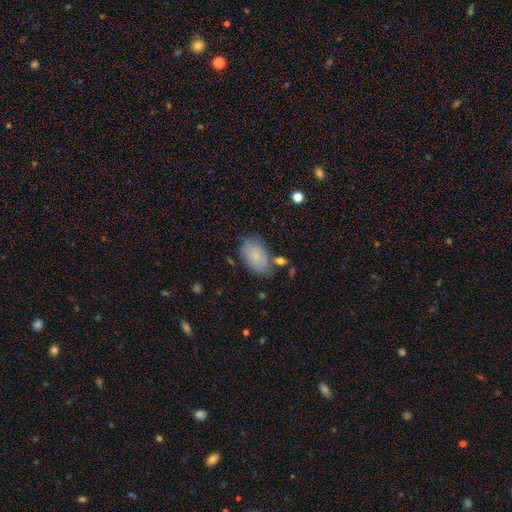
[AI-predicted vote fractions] This is likely a smooth galaxy (78%). How rounded: clearly in between (92%). Merging: likely none (69%).